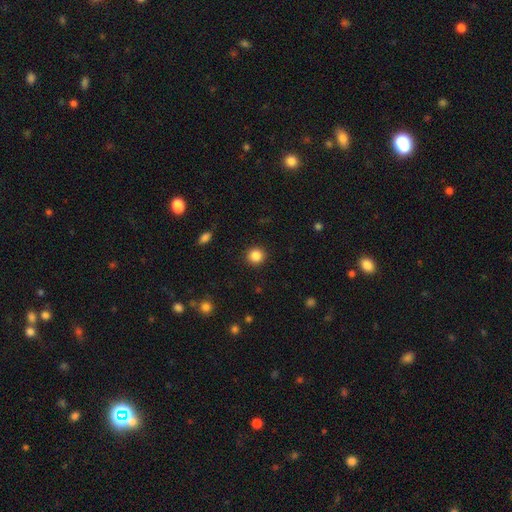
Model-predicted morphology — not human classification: This appears to be a smooth galaxy with no disk features (85%) that is round (94%). Merging: none (92%).